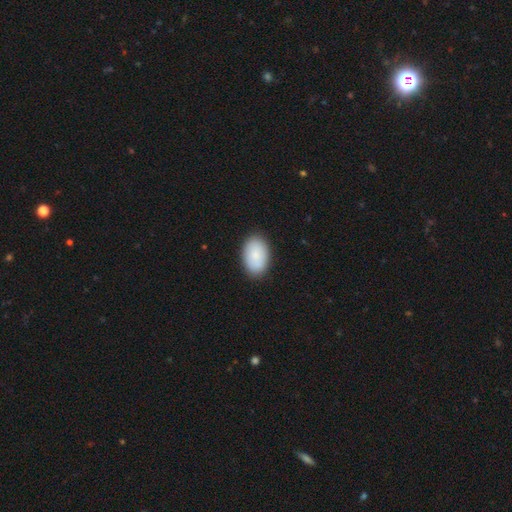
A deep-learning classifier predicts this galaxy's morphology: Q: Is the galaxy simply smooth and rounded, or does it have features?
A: smooth — 86%.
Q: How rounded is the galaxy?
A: in between — 91%.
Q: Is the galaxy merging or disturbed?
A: none — 88%.